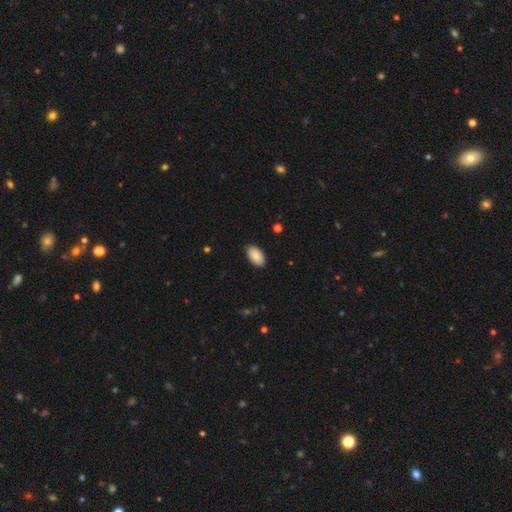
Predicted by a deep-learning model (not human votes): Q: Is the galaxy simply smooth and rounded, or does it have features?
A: smooth — 88%.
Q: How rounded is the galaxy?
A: in between — 95%.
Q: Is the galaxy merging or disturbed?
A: none — 88%.